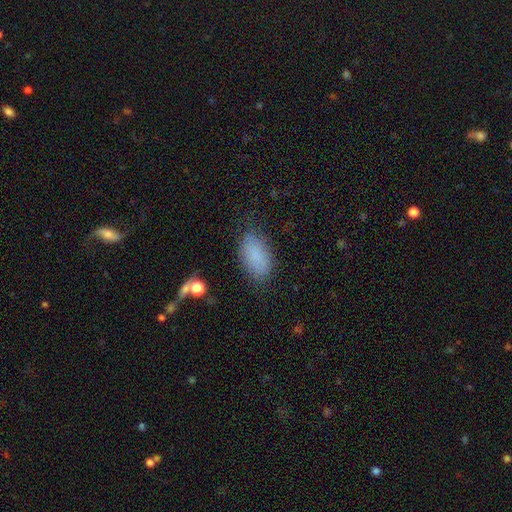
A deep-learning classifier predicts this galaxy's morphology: Smooth or featured: smooth — 84% (star or artifact — 9%)
How rounded: in between — 93% (round — 4%)
Merging: none — 75% (minor disturbance — 17%)